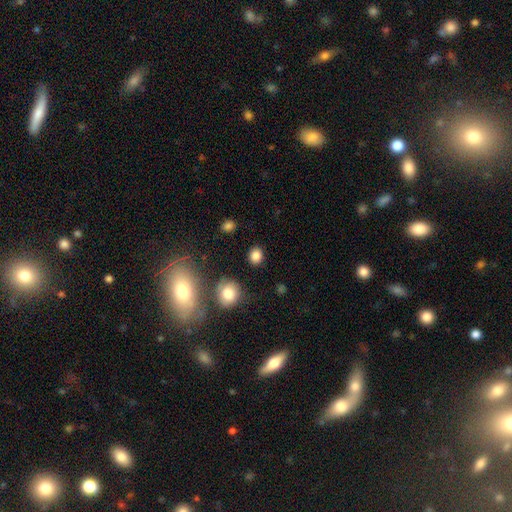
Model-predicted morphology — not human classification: smooth-or-featured: smooth: 84% | star or artifact: 11% | featured or disk: 5%
  how-rounded: round: 70% | in between: 28% | cigar-shaped: 1%
  merging: none: 86% | minor disturbance: 8% | major disturbance: 3% | merger: 3%